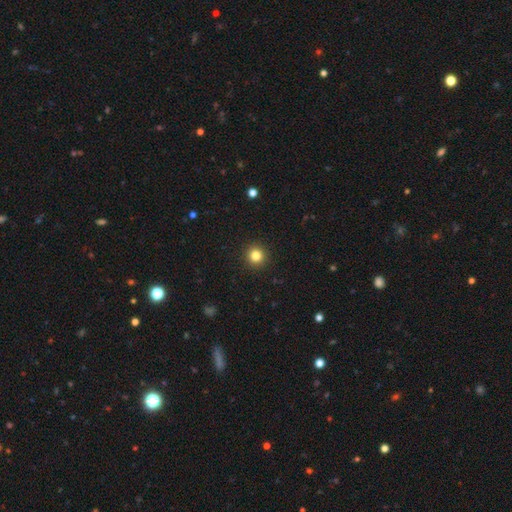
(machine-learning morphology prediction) Smooth or featured? Predicted: smooth (p=0.83). How rounded? Predicted: round (p=0.94). Merging? Predicted: none (p=0.93).